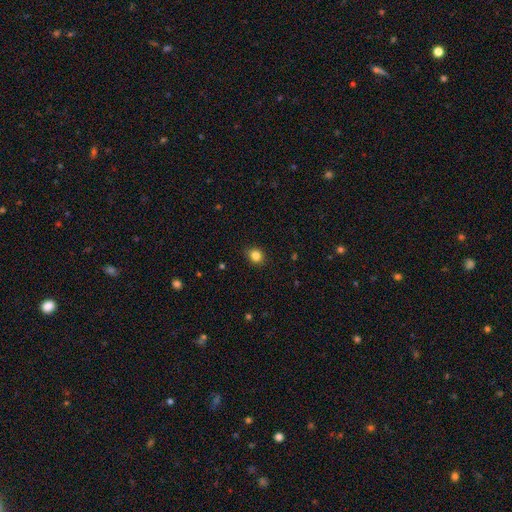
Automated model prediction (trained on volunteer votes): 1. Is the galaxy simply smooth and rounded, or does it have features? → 84% smooth, 11% star or artifact, 5% featured or disk.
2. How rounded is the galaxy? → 72% round, 28% in between, 1% cigar-shaped.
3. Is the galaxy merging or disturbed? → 86% none, 11% minor disturbance, 2% major disturbance, 1% merger.